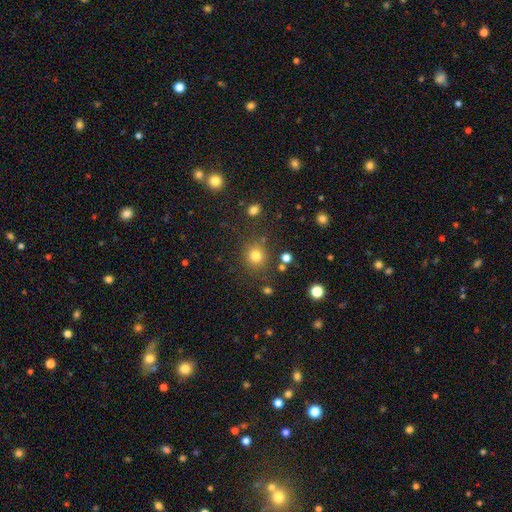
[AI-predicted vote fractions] Smooth or featured? smooth (79%)
How rounded? round (88%)
Merging? none (82%)